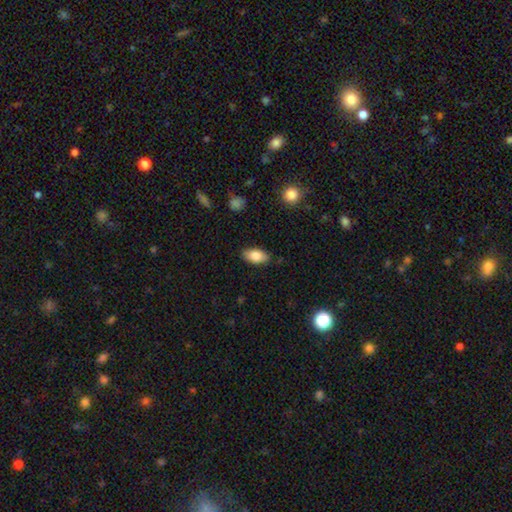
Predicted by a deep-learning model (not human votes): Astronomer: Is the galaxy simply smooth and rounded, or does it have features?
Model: smooth — 82%.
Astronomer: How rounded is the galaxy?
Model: in between — 91%.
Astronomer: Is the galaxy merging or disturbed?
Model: none — 86%.